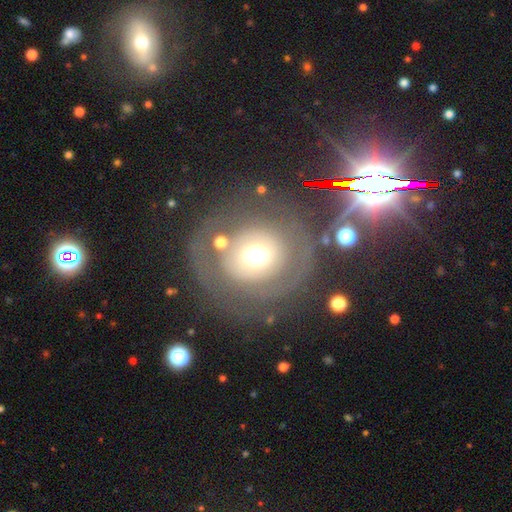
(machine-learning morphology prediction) This is possibly a featured or disk galaxy (47%). Merging: likely none (66%).